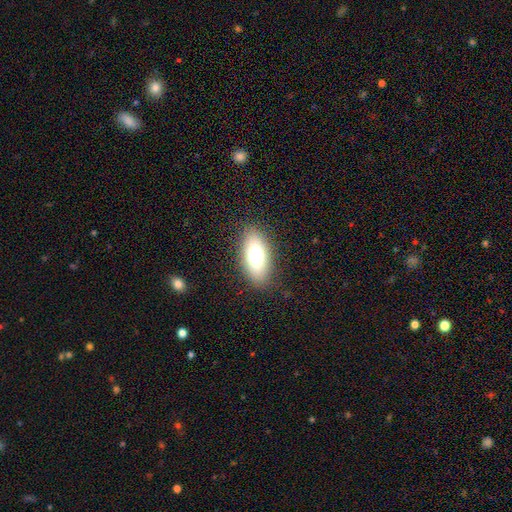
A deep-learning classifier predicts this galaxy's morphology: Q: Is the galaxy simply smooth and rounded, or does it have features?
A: smooth — 68%.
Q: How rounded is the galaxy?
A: in between — 83%.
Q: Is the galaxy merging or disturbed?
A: none — 84%.